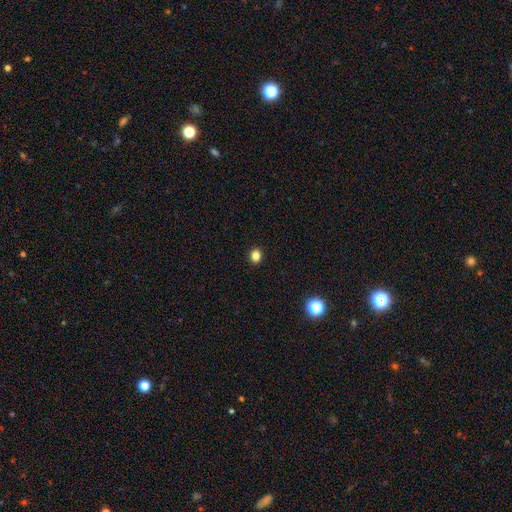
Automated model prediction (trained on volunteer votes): This is clearly a smooth galaxy (83%). How rounded: possibly round (60%). Merging: clearly none (92%).